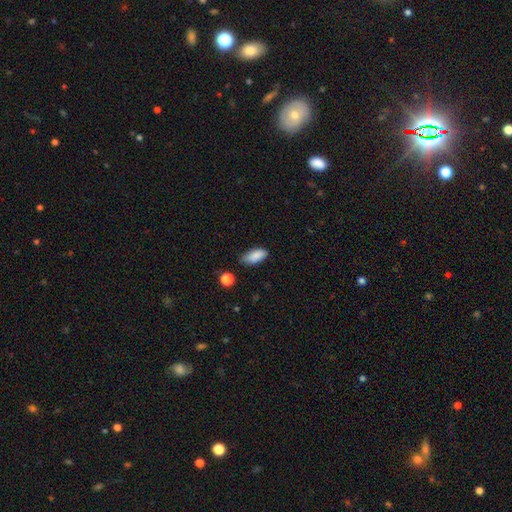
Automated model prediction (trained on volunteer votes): Smooth or featured?
  - smooth: 86% *
  - star or artifact: 8%
  - featured or disk: 6%
How rounded?
  - in between: 89% *
  - cigar-shaped: 8%
  - round: 3%
Merging?
  - none: 72% *
  - minor disturbance: 22%
  - major disturbance: 4%
  - merger: 2%